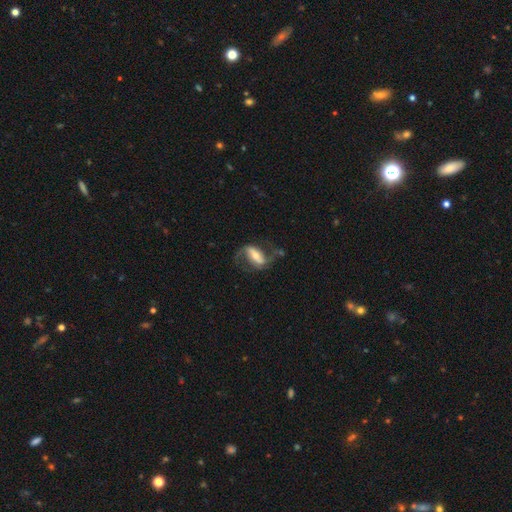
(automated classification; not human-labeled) This appears to be a featured or disk galaxy (77%) with a strong bar (55%), 2 (88%) loose (53%) spiral arms (90%) and a moderate central bulge (50%). Merging: none (59%).